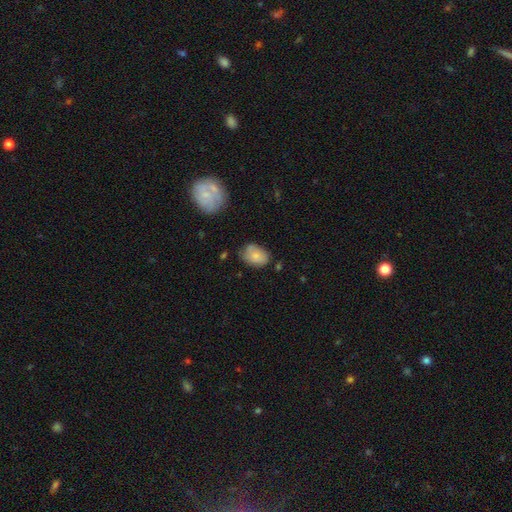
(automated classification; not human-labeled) smooth-or-featured: smooth: 79% | featured or disk: 14% | star or artifact: 7%
  how-rounded: in between: 80% | round: 19% | cigar-shaped: 1%
  merging: none: 62% | minor disturbance: 28% | major disturbance: 6% | merger: 4%